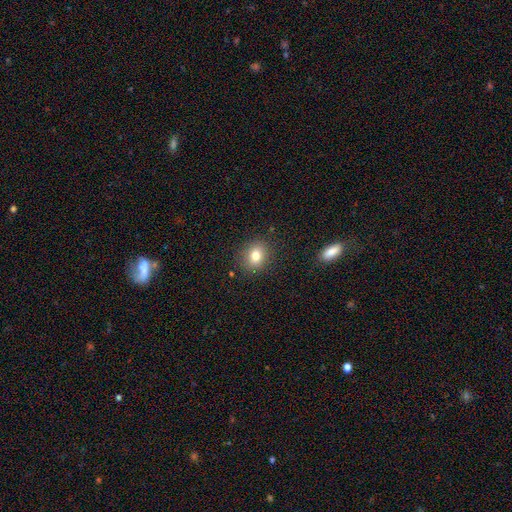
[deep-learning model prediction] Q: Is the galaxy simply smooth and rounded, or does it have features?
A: smooth — 79%.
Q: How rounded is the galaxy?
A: round — 66%.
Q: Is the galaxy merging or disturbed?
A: none — 88%.